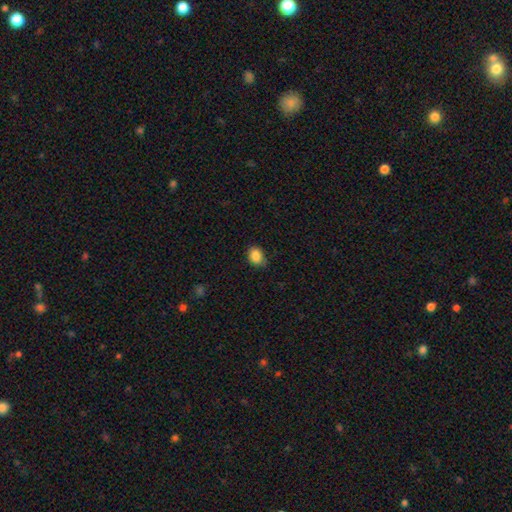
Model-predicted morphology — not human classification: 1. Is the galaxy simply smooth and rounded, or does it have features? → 86% smooth, 9% star or artifact, 5% featured or disk.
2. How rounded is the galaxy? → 55% in between, 44% round, 1% cigar-shaped.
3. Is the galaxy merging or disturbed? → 74% none, 21% minor disturbance, 3% major disturbance, 1% merger.